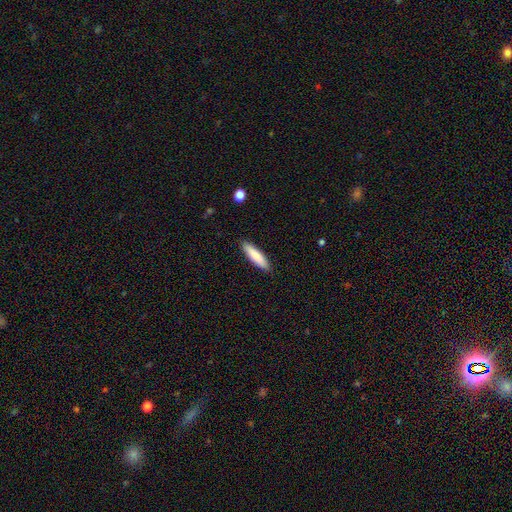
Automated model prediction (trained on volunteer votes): Smooth or featured? Predicted: smooth (p=0.84). How rounded? Predicted: cigar-shaped (p=0.73). Merging? Predicted: none (p=0.90).